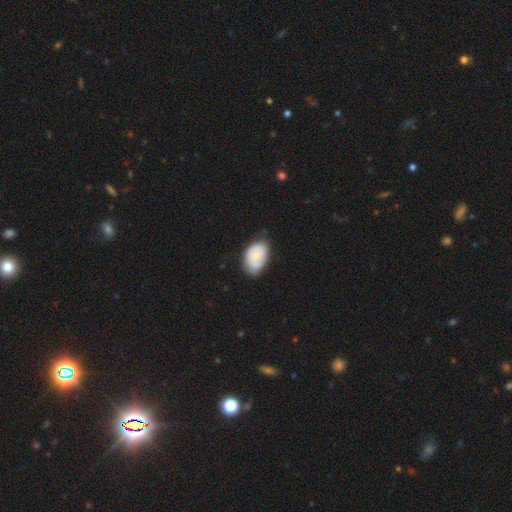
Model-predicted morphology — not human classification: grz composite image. It shows a smooth galaxy with no disk features (64%) that is in between round and cigar-shaped (88%). Merging: none (61%).